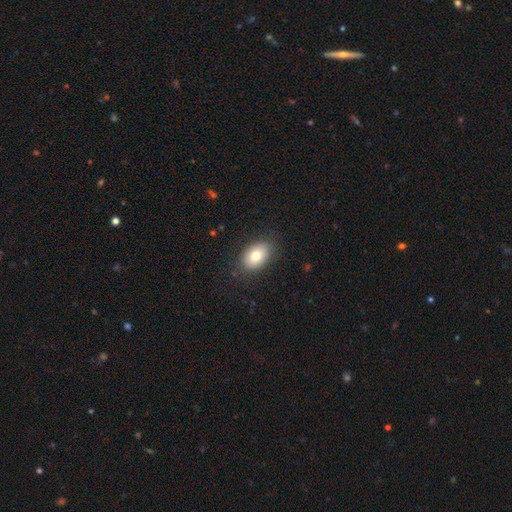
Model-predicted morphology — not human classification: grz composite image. It shows a smooth galaxy with no disk features (78%) that is in between round and cigar-shaped (82%). Merging: none (85%).